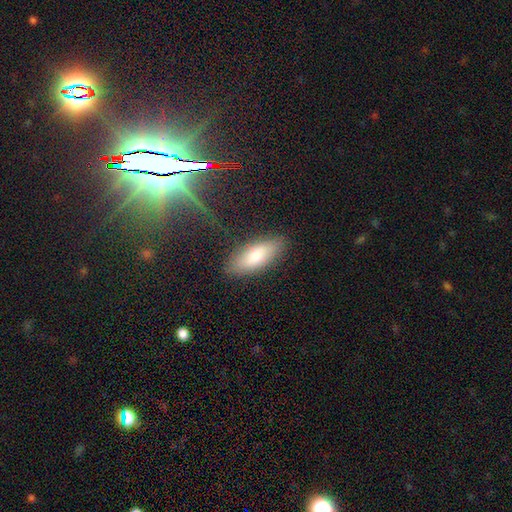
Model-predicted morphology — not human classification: type=smooth (76%); roundness=in between (74%); merging=none (85%).